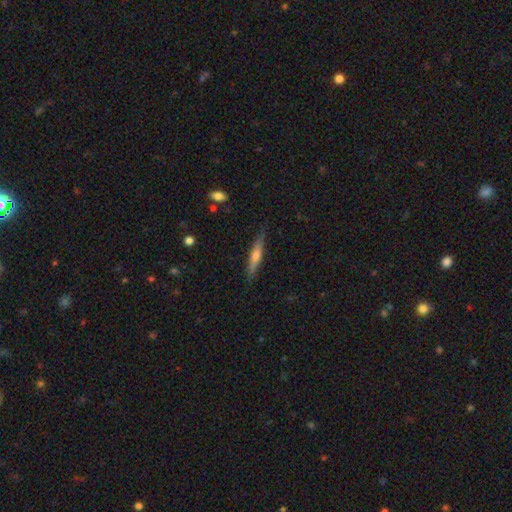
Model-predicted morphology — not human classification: The model was most divided on "smooth or featured": featured or disk: 52%, smooth: 42%, star or artifact: 6%. More confident: edge-on disk — yes (95%); merging — none (86%).